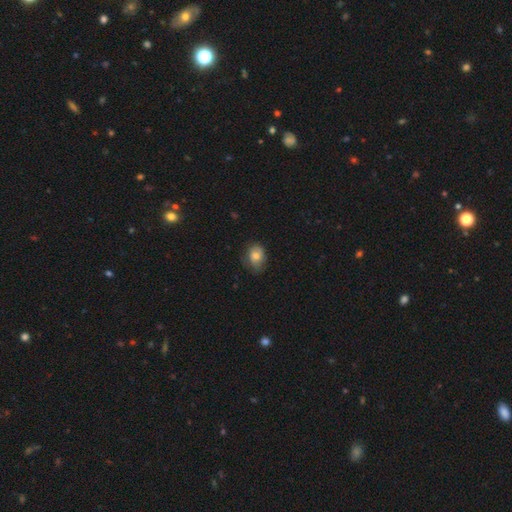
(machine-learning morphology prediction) Q: Smooth or featured?
A: smooth (72%); runner-up: featured or disk (19%)
Q: How rounded?
A: in between (63%); runner-up: round (36%)
Q: Merging?
A: none (58%); runner-up: minor disturbance (31%)